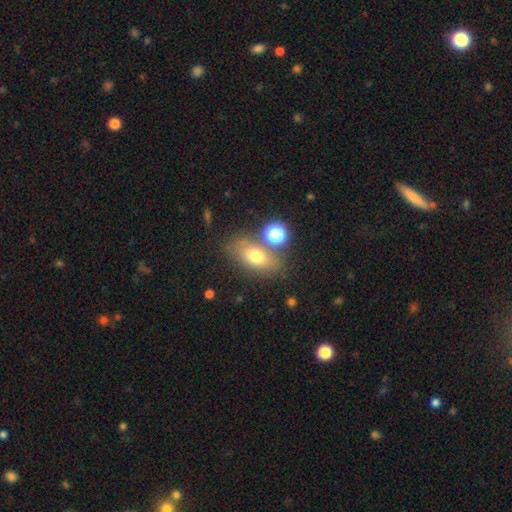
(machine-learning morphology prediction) Smooth or featured? smooth (69%)
How rounded? in between (81%)
Merging? none (67%)